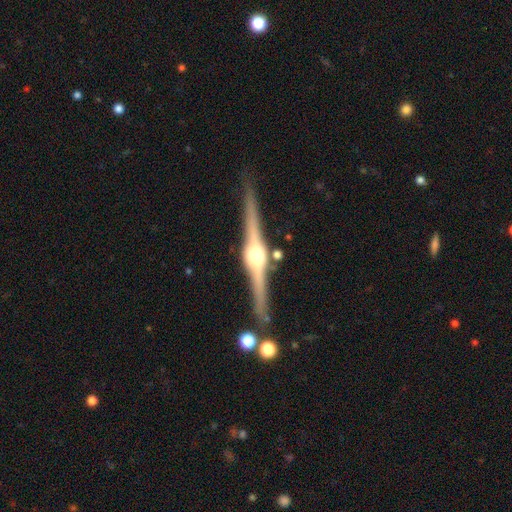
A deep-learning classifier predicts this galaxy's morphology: Q: Smooth or featured?
A: featured or disk (88%); runner-up: smooth (7%)
Q: Edge-on disk?
A: yes (98%); runner-up: no (2%)
Q: Edge-on bulge?
A: rounded (91%); runner-up: boxy (8%)
Q: Merging?
A: none (87%); runner-up: minor disturbance (9%)